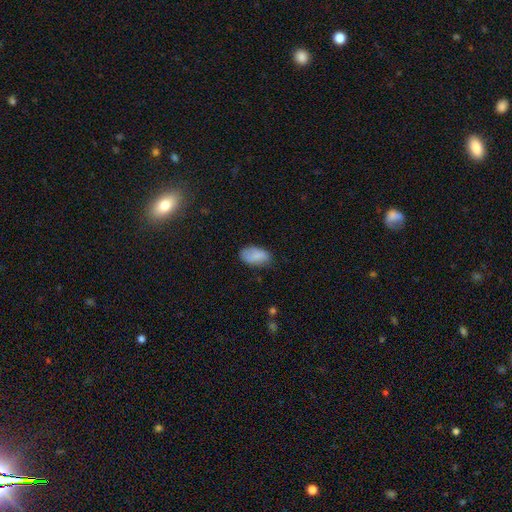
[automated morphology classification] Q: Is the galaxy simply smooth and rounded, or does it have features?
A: smooth — 81%.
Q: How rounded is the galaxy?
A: in between — 93%.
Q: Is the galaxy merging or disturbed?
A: none — 68%.